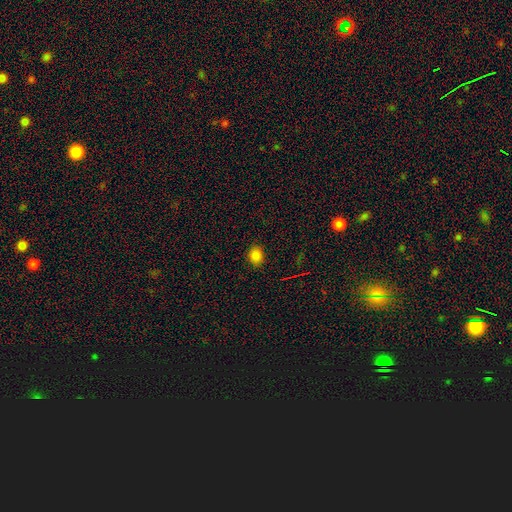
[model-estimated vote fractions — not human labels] Smooth or featured?
  - smooth: 82% *
  - star or artifact: 14%
  - featured or disk: 4%
How rounded?
  - round: 56% *
  - in between: 42%
  - cigar-shaped: 1%
Merging?
  - none: 89% *
  - minor disturbance: 8%
  - major disturbance: 2%
  - merger: 1%